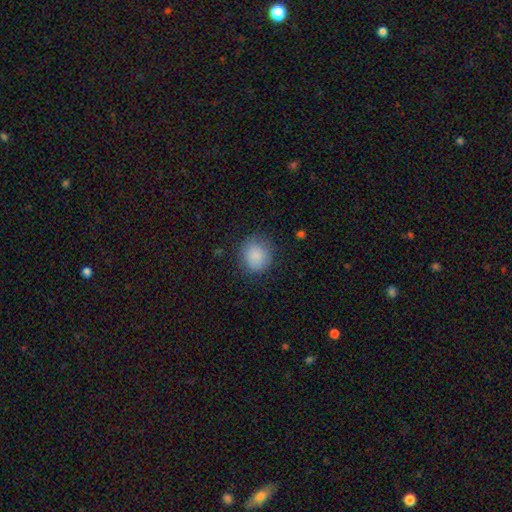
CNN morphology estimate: smooth 87%, star or artifact 8%, featured or disk 5%. Down the decision tree: how rounded — round (84%); merging — none (82%).